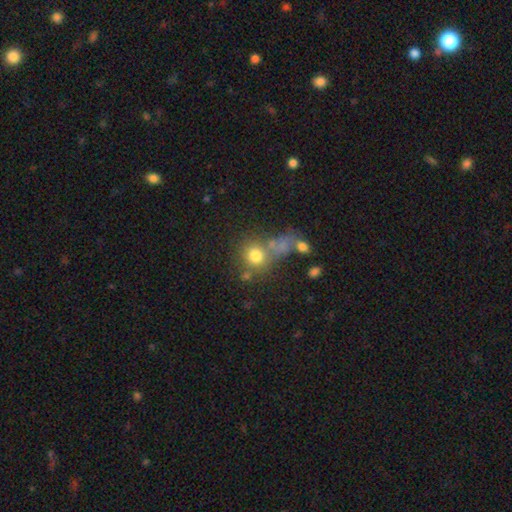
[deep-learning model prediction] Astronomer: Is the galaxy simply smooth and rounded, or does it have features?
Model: smooth — 75%.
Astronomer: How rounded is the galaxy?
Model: round — 86%.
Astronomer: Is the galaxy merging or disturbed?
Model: none — 52%.